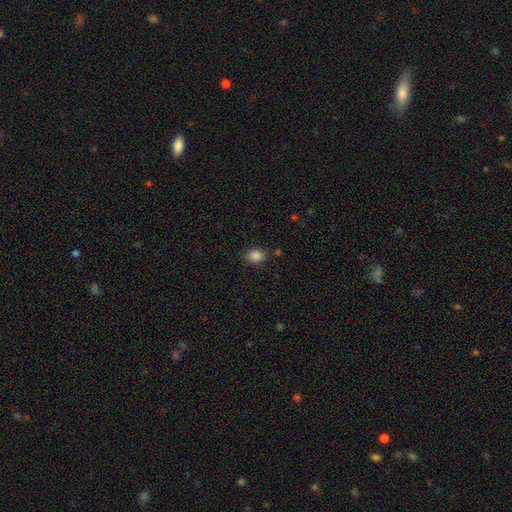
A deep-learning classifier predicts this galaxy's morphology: Smooth or featured: smooth — 86% (star or artifact — 10%)
How rounded: in between — 53% (round — 46%)
Merging: none — 83% (minor disturbance — 11%)